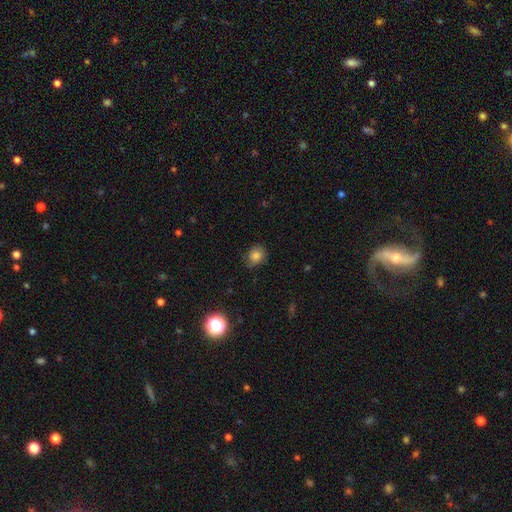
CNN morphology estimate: Overall: smooth (78%). How rounded: round (63%; in between 36%). Merging: none (68%).